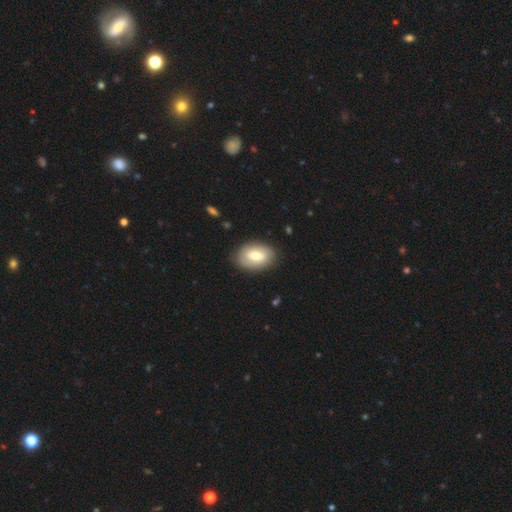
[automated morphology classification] type=smooth (65%); roundness=in between (88%); merging=none (84%).